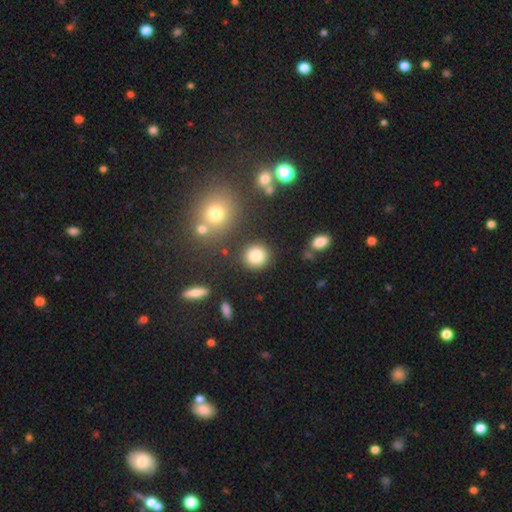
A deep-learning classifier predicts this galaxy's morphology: The model was most divided on "smooth or featured": smooth: 84%, star or artifact: 10%, featured or disk: 6%. More confident: how rounded — round (88%); merging — none (85%).